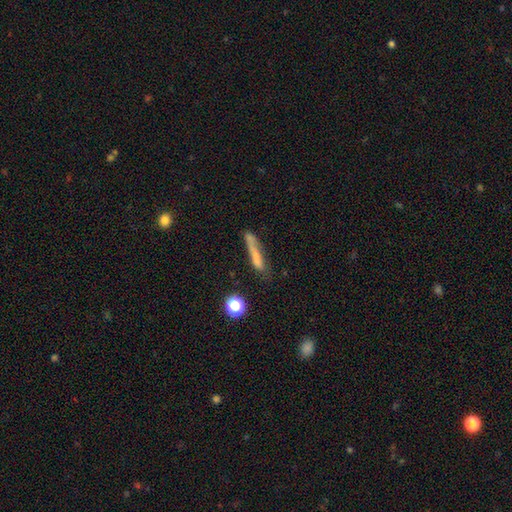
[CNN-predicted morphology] Smooth or featured?
  - smooth: 60% *
  - featured or disk: 27%
  - star or artifact: 13%
How rounded?
  - cigar-shaped: 88% *
  - in between: 9%
  - round: 3%
Merging?
  - none: 52% *
  - minor disturbance: 24%
  - major disturbance: 15%
  - merger: 9%